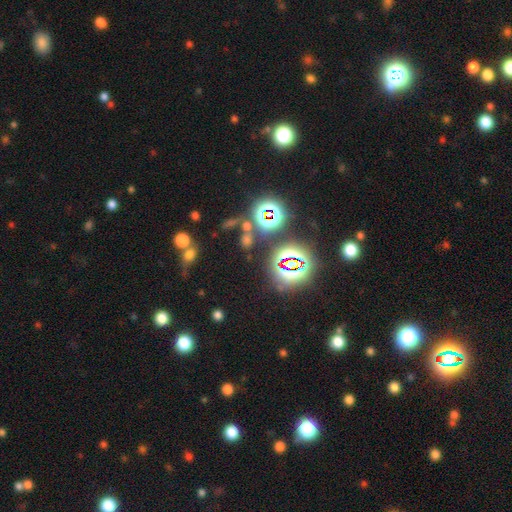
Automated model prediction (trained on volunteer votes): Smooth or featured? star or artifact (79%)